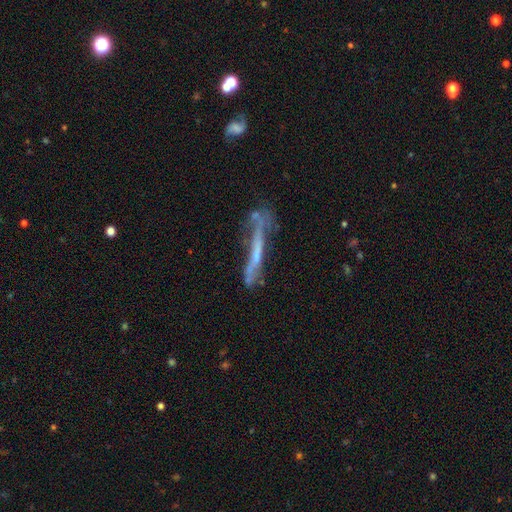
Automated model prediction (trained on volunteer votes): smooth-or-featured: featured or disk: 62% | smooth: 28% | star or artifact: 10%
  disk-edge-on: yes: 78% | no: 22%
  merging: none: 50% | minor disturbance: 24% | major disturbance: 17% | merger: 9%